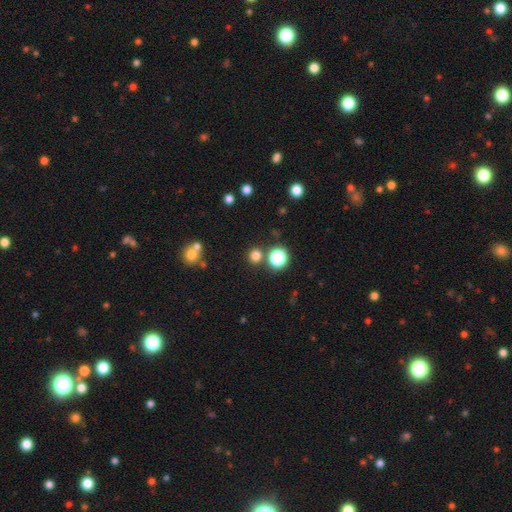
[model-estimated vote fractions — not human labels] Smooth or featured? smooth (75%)
How rounded? round (91%)
Merging? none (81%)